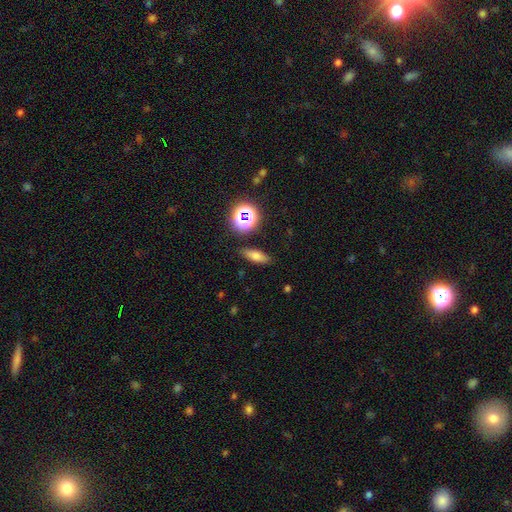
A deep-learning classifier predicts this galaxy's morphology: A smooth galaxy with no disk features (69%) that is in between round and cigar-shaped (57%). Merging: none (85%).